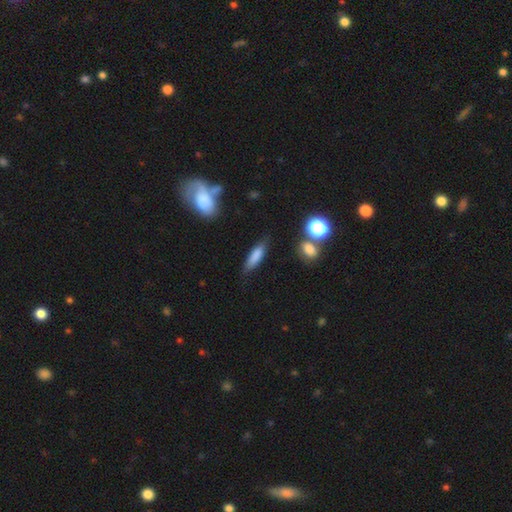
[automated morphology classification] Smooth or featured? Predicted: smooth (p=0.78). How rounded? Predicted: cigar-shaped (p=0.62). Merging? Predicted: none (p=0.75).